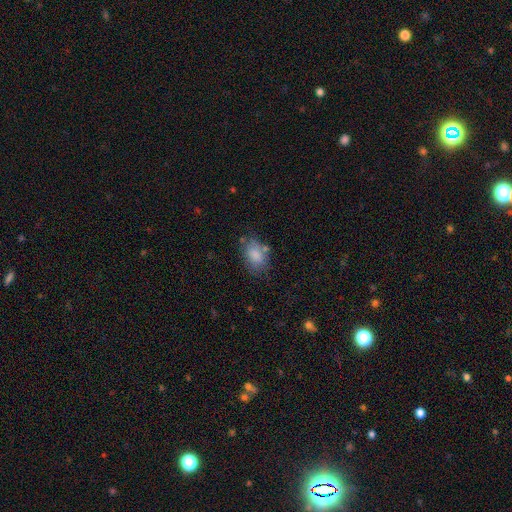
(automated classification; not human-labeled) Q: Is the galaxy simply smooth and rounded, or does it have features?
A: smooth — 80%.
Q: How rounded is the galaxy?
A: in between — 84%.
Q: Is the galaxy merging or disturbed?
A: none — 59%.